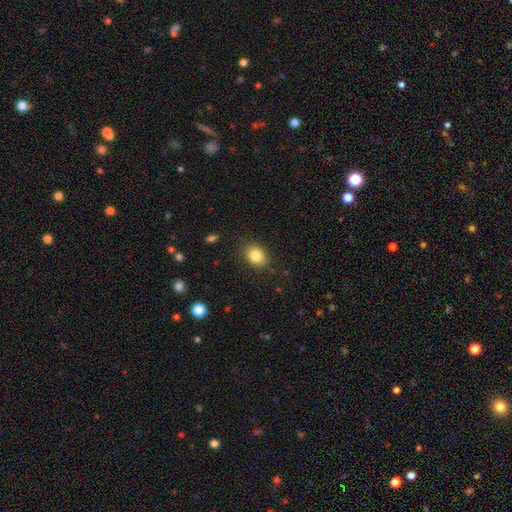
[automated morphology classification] Smooth or featured? smooth (84%)
How rounded? in between (54%)
Merging? none (82%)